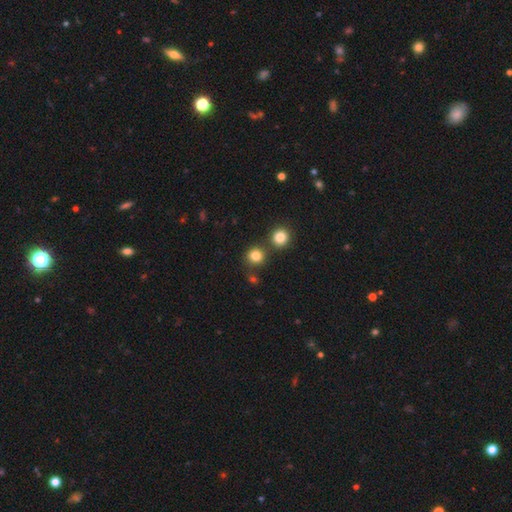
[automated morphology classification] The model was most divided on "merging": none: 74%, merger: 15%, minor disturbance: 8%, major disturbance: 3%. More confident: how rounded — round (88%); smooth or featured — smooth (82%).